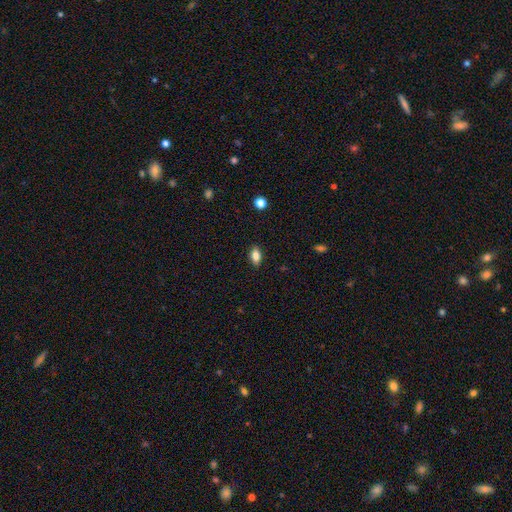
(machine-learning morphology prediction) Smooth or featured?
  - smooth: 85% *
  - star or artifact: 9%
  - featured or disk: 6%
How rounded?
  - in between: 88% *
  - round: 8%
  - cigar-shaped: 4%
Merging?
  - none: 88% *
  - minor disturbance: 9%
  - major disturbance: 2%
  - merger: 1%